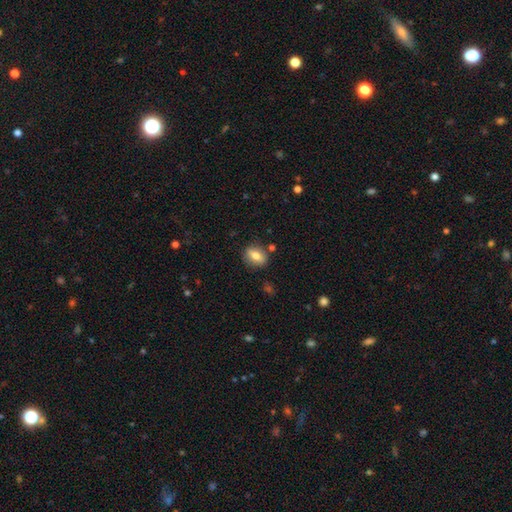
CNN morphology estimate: The model was most divided on "how rounded": in between: 61%, round: 34%, cigar-shaped: 5%. More confident: merging — none (83%); smooth or featured — smooth (69%).